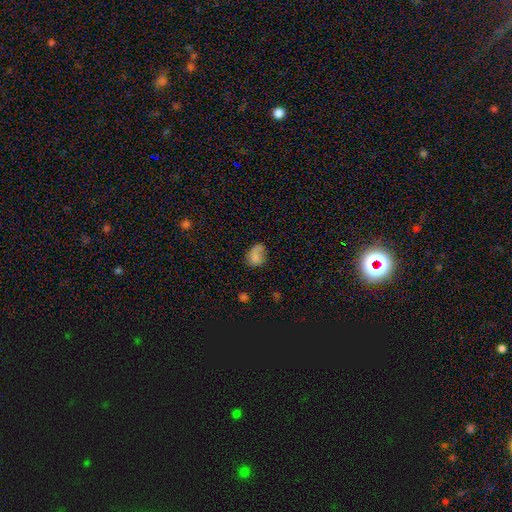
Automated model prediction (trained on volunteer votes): A smooth galaxy with no disk features (69%) that is in between round and cigar-shaped (66%). Merging: none (42%).